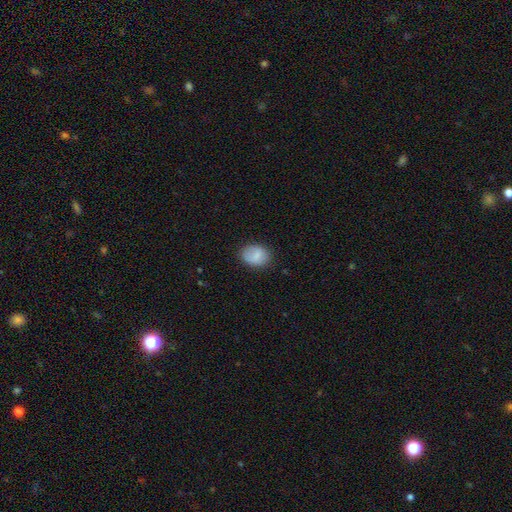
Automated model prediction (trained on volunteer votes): Smooth or featured?
  - smooth: 81% *
  - featured or disk: 12%
  - star or artifact: 8%
How rounded?
  - in between: 64% *
  - round: 35%
  - cigar-shaped: 1%
Merging?
  - none: 80% *
  - minor disturbance: 15%
  - major disturbance: 4%
  - merger: 1%